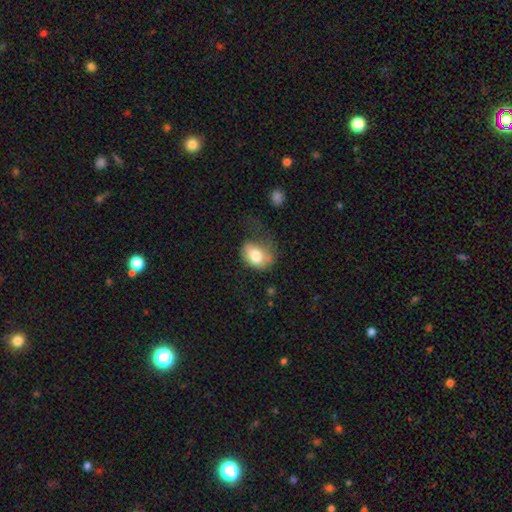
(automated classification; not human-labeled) Q: Smooth or featured?
A: smooth (77%); runner-up: featured or disk (16%)
Q: How rounded?
A: in between (72%); runner-up: round (26%)
Q: Merging?
A: major disturbance (34%); runner-up: none (32%)